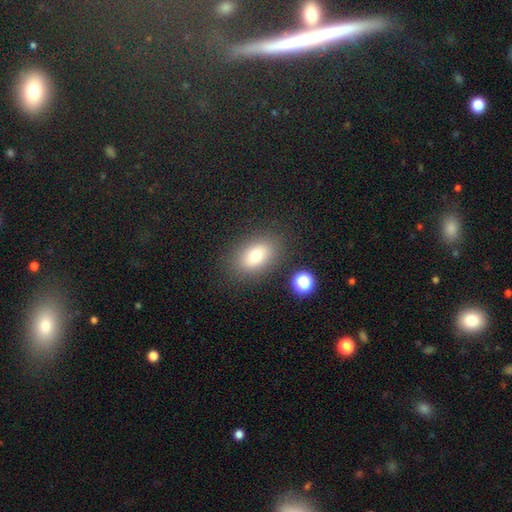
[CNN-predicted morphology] A smooth galaxy with no disk features (75%) that is in between round and cigar-shaped (84%). Merging: none (83%).